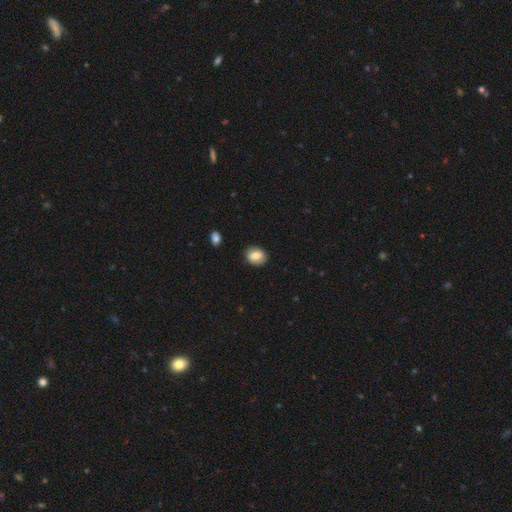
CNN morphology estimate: Smooth or featured?
  - smooth: 78% *
  - featured or disk: 14%
  - star or artifact: 8%
How rounded?
  - round: 51% *
  - in between: 48%
  - cigar-shaped: 1%
Merging?
  - none: 87% *
  - minor disturbance: 10%
  - major disturbance: 2%
  - merger: 1%